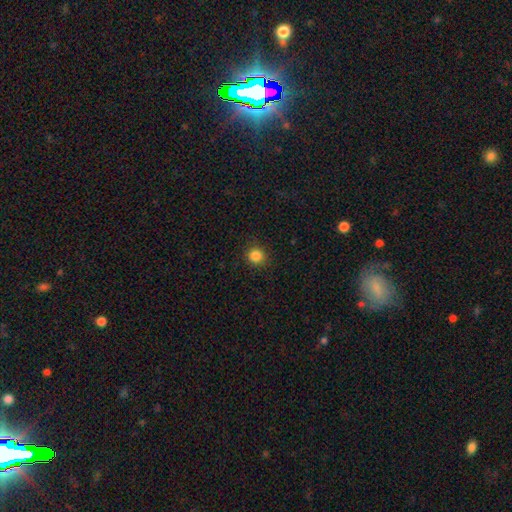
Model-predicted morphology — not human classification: Smooth or featured? Predicted: smooth (p=0.85). How rounded? Predicted: round (p=0.90). Merging? Predicted: none (p=0.90).